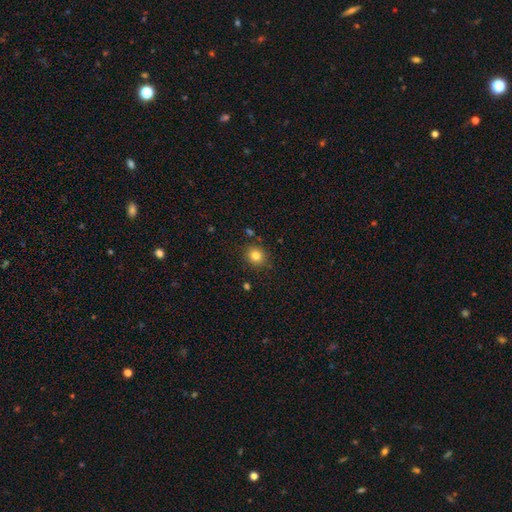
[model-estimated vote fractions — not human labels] Overall: smooth (82%). How rounded: round (85%). Merging: none (86%).